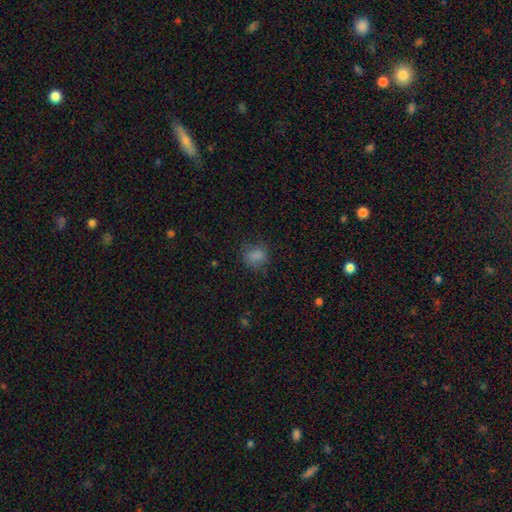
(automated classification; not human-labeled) smooth-or-featured: smooth: 81% | star or artifact: 12% | featured or disk: 7%
  how-rounded: round: 56% | in between: 43% | cigar-shaped: 1%
  merging: none: 70% | minor disturbance: 20% | major disturbance: 9% | merger: 1%